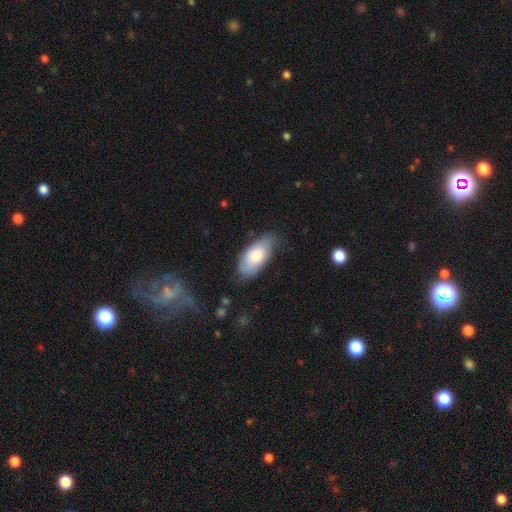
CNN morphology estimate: smooth_or_featured: smooth (p=0.72) [alt: featured or disk p=0.23]
how_rounded: in between (p=0.92) [alt: cigar-shaped p=0.05]
merging: none (p=0.66) [alt: minor disturbance p=0.26]